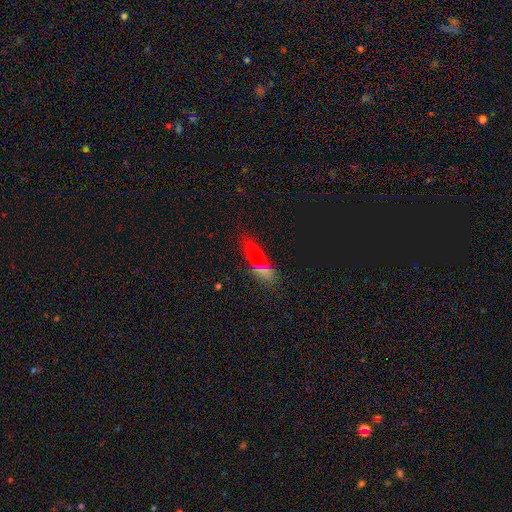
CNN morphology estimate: Overall: smooth (50%; star or artifact 32%). How rounded: in between (46%; cigar-shaped 42%). Merging: none (46%; merger 32%).